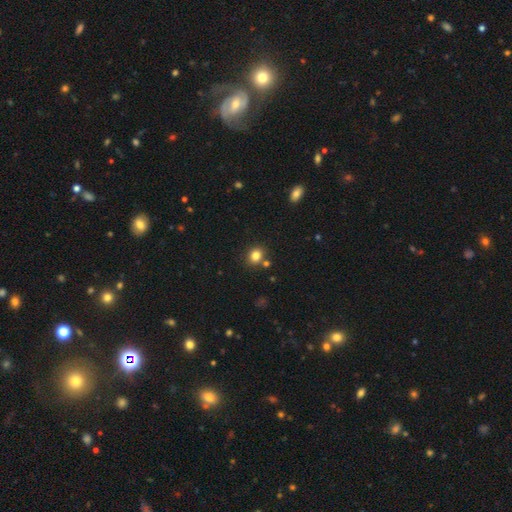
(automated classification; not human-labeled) Smooth or featured? Predicted: smooth (p=0.81). How rounded? Predicted: round (p=0.67). Merging? Predicted: none (p=0.77).